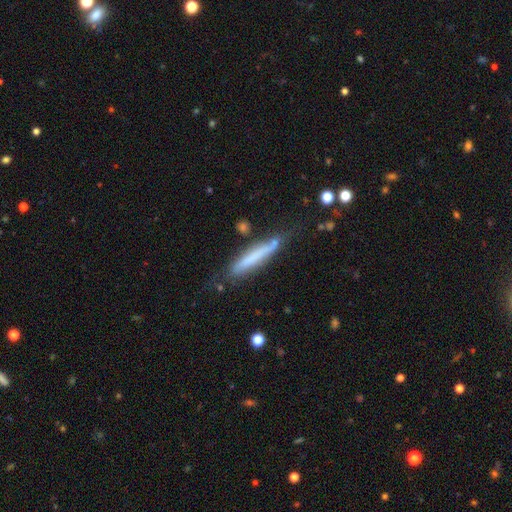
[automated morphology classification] A smooth galaxy with no disk features (61%) that is cigar-shaped (92%). Merging: none (65%).